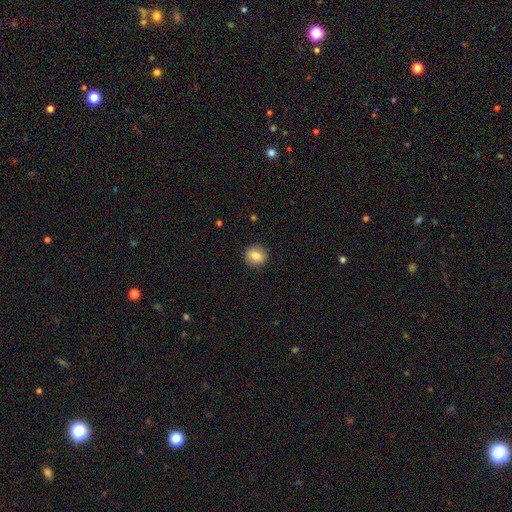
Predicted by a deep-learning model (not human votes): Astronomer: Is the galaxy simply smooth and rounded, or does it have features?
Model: smooth — 78%.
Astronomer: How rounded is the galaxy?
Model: round — 87%.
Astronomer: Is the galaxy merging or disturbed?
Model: none — 90%.